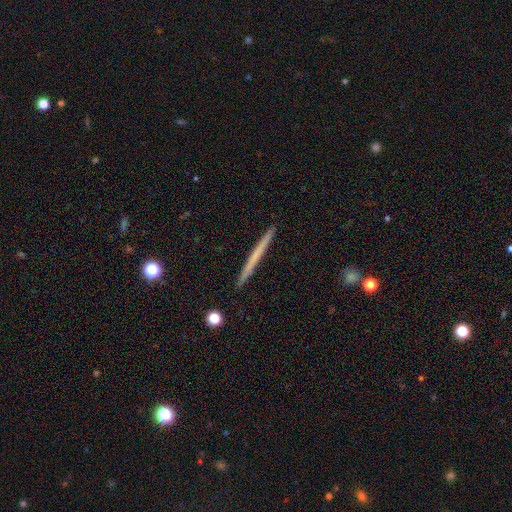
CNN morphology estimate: A smooth galaxy with no disk features (50%). Merging: none (93%).